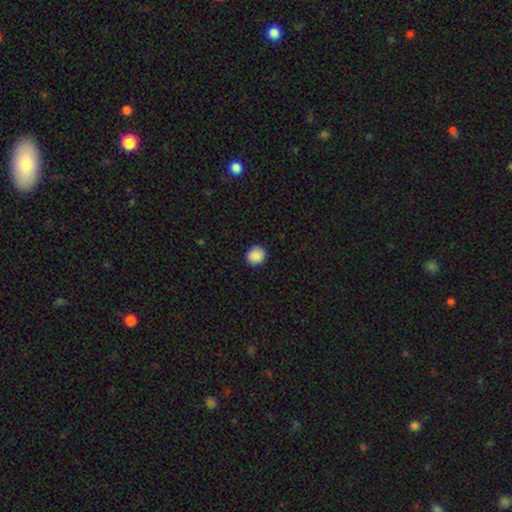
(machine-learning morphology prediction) Smooth or featured?
  - smooth: 89% *
  - star or artifact: 8%
  - featured or disk: 3%
How rounded?
  - round: 86% *
  - in between: 13%
  - cigar-shaped: 1%
Merging?
  - none: 91% *
  - minor disturbance: 7%
  - major disturbance: 2%
  - merger: 1%